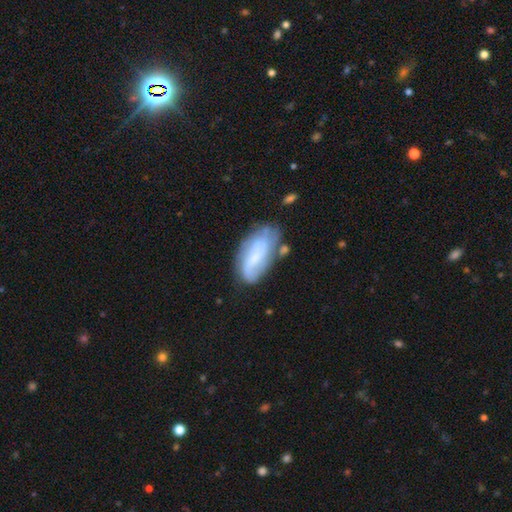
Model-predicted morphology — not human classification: type=featured or disk (59%); edge-on=no (93%); bar=no (42%, tied with weak); spiral arms=yes (78%); bulge=small (54%); merging=none (56%).